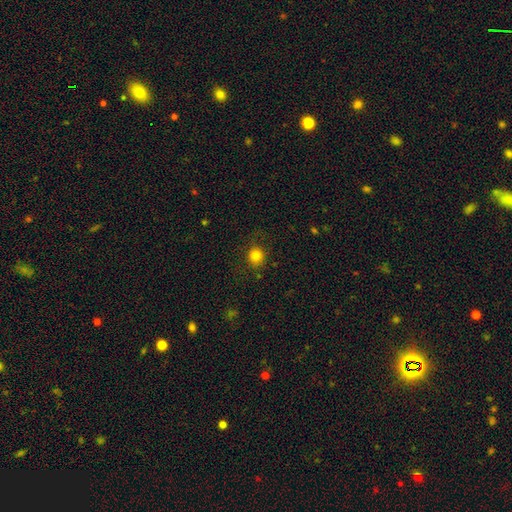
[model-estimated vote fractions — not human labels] smooth-or-featured: smooth: 81% | star or artifact: 13% | featured or disk: 6%
  how-rounded: round: 87% | in between: 13% | cigar-shaped: 1%
  merging: none: 83% | minor disturbance: 11% | major disturbance: 4% | merger: 1%